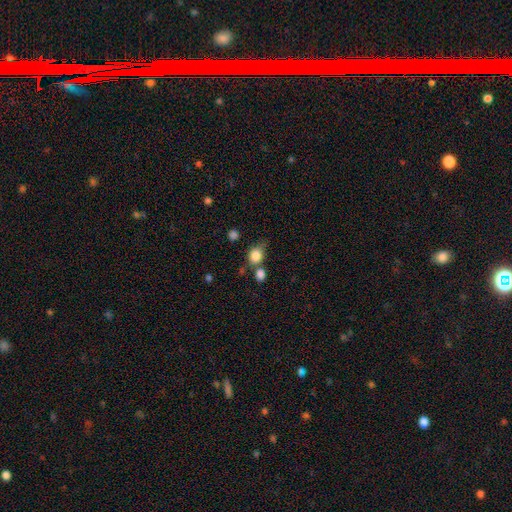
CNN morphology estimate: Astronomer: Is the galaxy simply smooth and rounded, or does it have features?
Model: smooth — 83%.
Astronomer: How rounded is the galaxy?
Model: round — 62%.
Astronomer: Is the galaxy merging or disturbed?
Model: none — 50%.